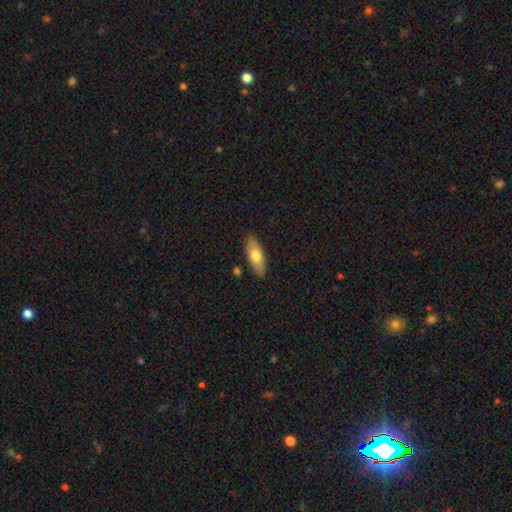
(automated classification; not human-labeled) Smooth or featured? Predicted: smooth (p=0.66). How rounded? Predicted: in between (p=0.70). Merging? Predicted: none (p=0.87).